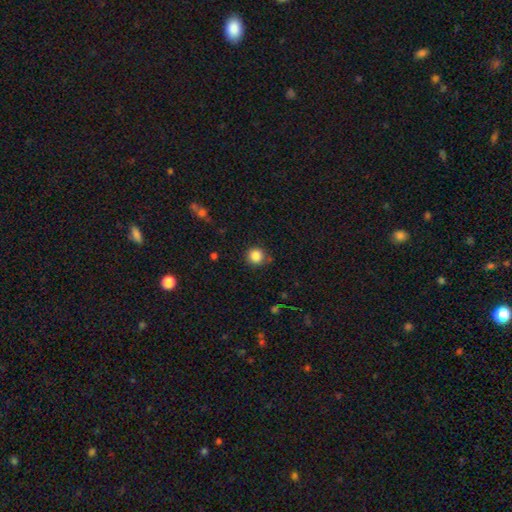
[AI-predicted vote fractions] smooth 85%, star or artifact 11%, featured or disk 4%. Down the decision tree: how rounded — round (93%); merging — none (83%).